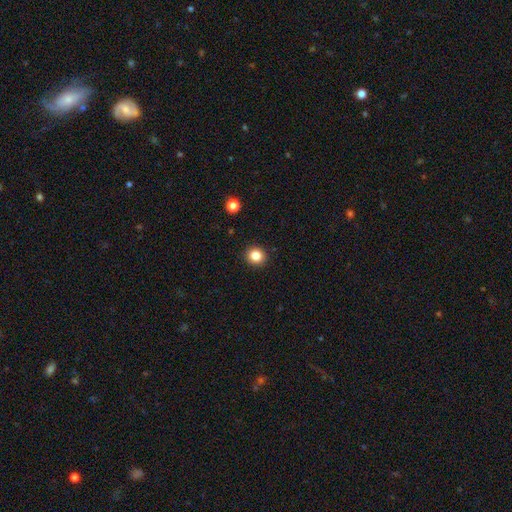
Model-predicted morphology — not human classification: type=smooth (84%); roundness=round (91%); merging=none (92%).